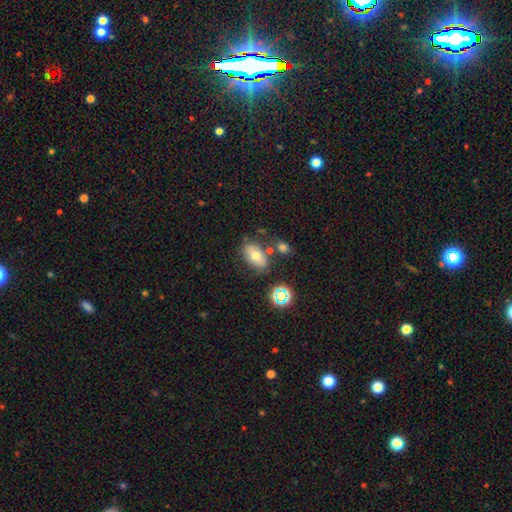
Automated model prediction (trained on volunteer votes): smooth_or_featured: smooth (p=0.66) [alt: featured or disk p=0.20]
how_rounded: in between (p=0.87) [alt: round p=0.11]
merging: none (p=0.69) [alt: minor disturbance p=0.15]